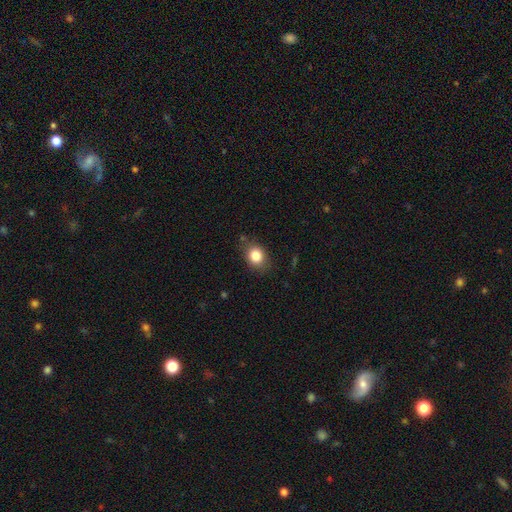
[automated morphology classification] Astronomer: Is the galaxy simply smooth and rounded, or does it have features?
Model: smooth — 83%.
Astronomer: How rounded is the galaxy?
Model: round — 51% (runner-up: in between, 48%).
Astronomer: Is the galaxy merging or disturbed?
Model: none — 78%.